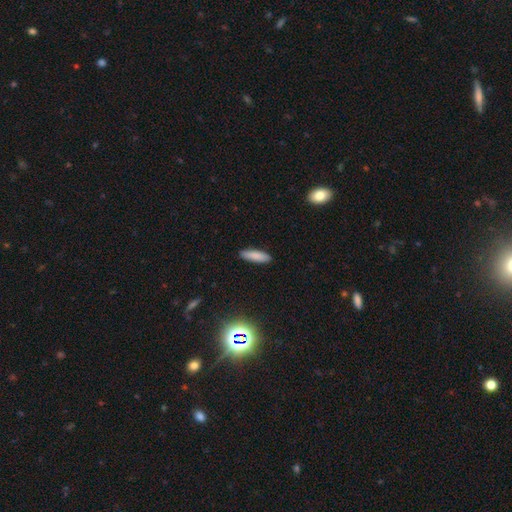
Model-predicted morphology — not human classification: A smooth galaxy with no disk features (85%) that is cigar-shaped (63%). Merging: none (89%).